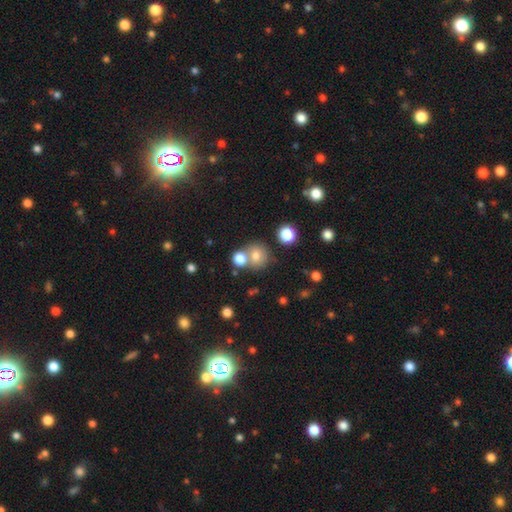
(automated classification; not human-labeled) This is likely a smooth galaxy (76%). How rounded: clearly round (87%). Merging: possibly none (58%).